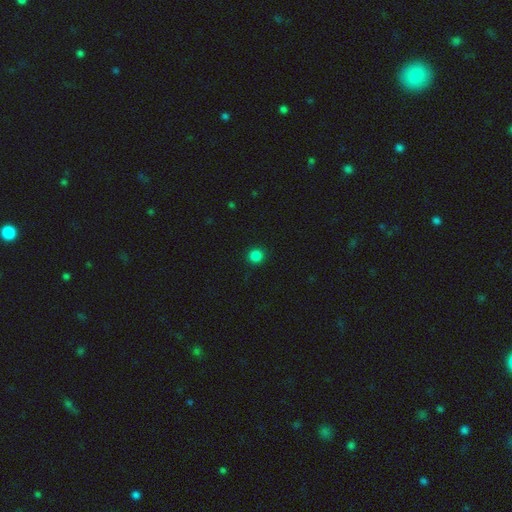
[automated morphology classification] A smooth galaxy with no disk features (85%) that is round (94%). Merging: none (92%).